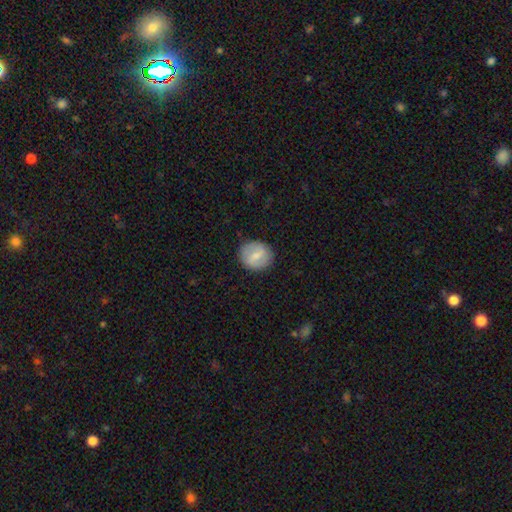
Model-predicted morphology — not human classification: This appears to be a smooth galaxy with no disk features (54%) that is round (77%). Merging: none (88%).